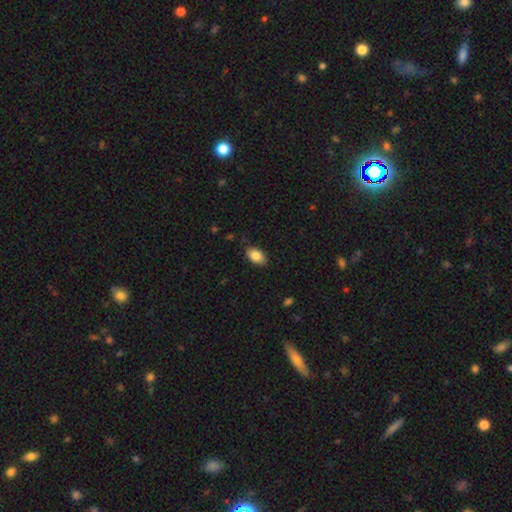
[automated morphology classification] The model was most divided on "merging": none: 82%, minor disturbance: 15%, major disturbance: 3%, merger: 1%. More confident: how rounded — in between (91%); smooth or featured — smooth (85%).